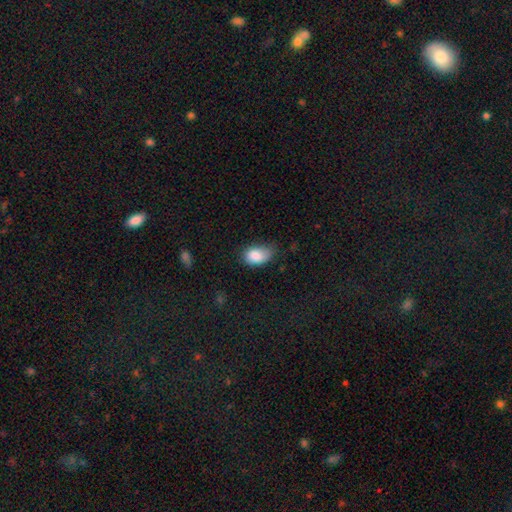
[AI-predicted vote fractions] A smooth galaxy with no disk features (85%) that is in between round and cigar-shaped (88%).

Vote fractions:
- Smooth or featured? smooth: 85% / star or artifact: 8% / featured or disk: 7%
- How rounded? in between: 88% / round: 11% / cigar-shaped: 1%
- Merging? none: 48% / minor disturbance: 40% / major disturbance: 10% / merger: 2%